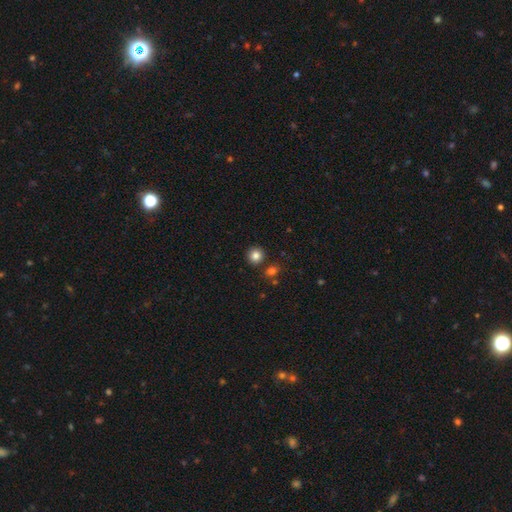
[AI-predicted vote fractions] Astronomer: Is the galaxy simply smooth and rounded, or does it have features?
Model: smooth — 84%.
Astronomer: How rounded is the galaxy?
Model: round — 92%.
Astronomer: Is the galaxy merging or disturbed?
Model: none — 86%.